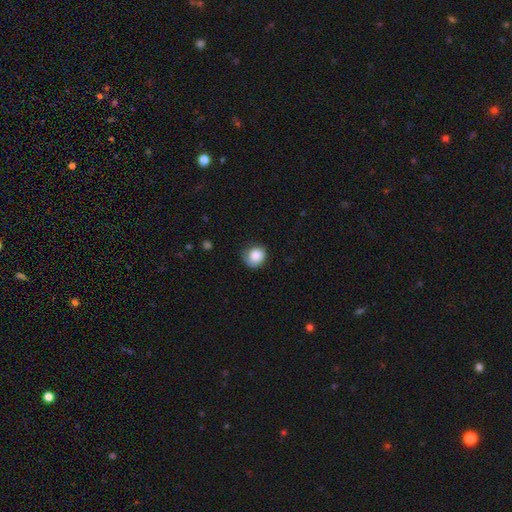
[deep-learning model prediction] Smooth or featured: smooth — 85% (featured or disk — 8%)
How rounded: round — 78% (in between — 21%)
Merging: none — 58% (minor disturbance — 31%)